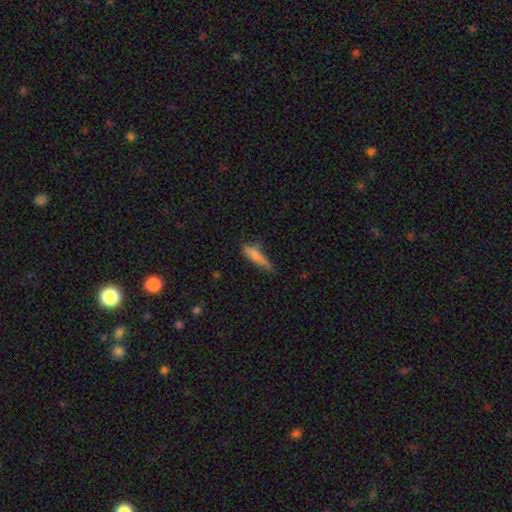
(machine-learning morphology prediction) This is likely a smooth galaxy (75%). How rounded: likely cigar-shaped (70%). Merging: marginally none (43%).